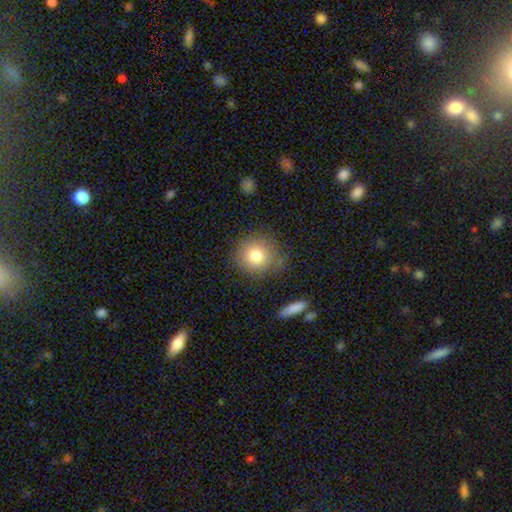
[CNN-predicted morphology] A smooth galaxy with no disk features (79%) that is round (90%).

Vote fractions:
- Smooth or featured? smooth: 79% / featured or disk: 11% / star or artifact: 10%
- How rounded? round: 90% / in between: 9% / cigar-shaped: 1%
- Merging? none: 81% / minor disturbance: 13% / major disturbance: 4% / merger: 2%